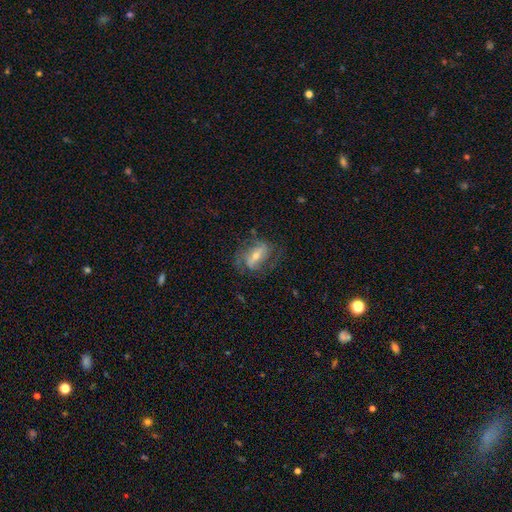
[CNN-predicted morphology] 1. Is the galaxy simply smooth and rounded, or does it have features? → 71% featured or disk, 21% smooth, 7% star or artifact.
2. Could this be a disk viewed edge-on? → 92% no, 8% yes.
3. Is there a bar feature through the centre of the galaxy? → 41% strong, 38% weak, 22% no.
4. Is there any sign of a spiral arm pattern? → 83% yes, 17% no.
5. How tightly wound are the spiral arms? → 44% medium, 31% loose, 26% tight.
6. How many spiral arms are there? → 65% 2, 19% can't tell, 7% 3, 6% 1, 2% 4, 2% more than 4.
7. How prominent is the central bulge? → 53% moderate, 40% small, 4% large, 2% none, 1% dominant.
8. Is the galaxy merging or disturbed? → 60% none, 21% minor disturbance, 18% major disturbance, 2% merger.